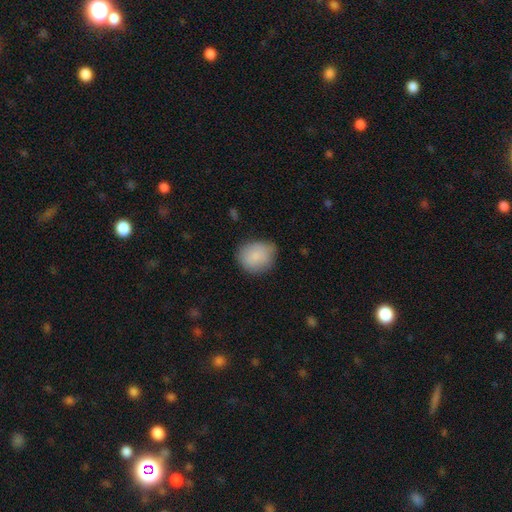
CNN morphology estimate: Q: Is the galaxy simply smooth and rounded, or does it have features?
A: smooth — 84%.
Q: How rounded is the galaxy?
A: round — 69%.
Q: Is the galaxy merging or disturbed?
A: none — 67%.